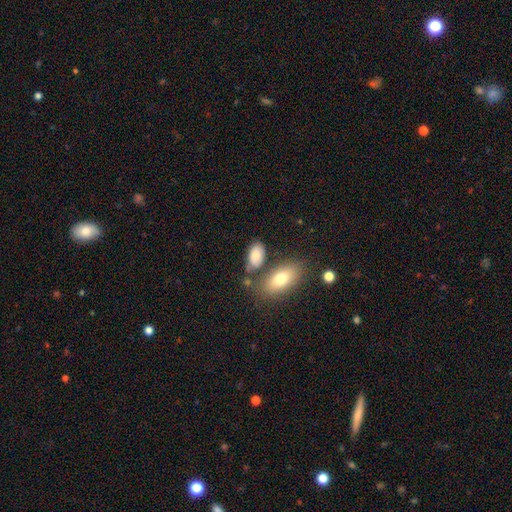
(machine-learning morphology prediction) Smooth or featured?
  - smooth: 81% *
  - featured or disk: 11%
  - star or artifact: 8%
How rounded?
  - in between: 92% *
  - round: 5%
  - cigar-shaped: 3%
Merging?
  - none: 61% *
  - minor disturbance: 18%
  - merger: 15%
  - major disturbance: 6%